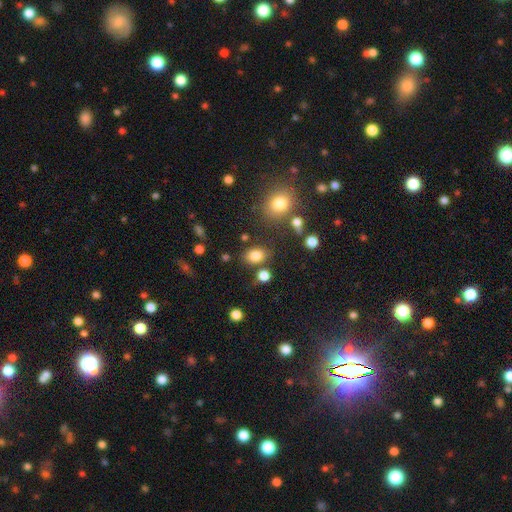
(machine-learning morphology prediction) A smooth galaxy with no disk features (82%) that is in between round and cigar-shaped (69%).

Vote fractions:
- Smooth or featured? smooth: 82% / star or artifact: 12% / featured or disk: 6%
- How rounded? in between: 69% / round: 29% / cigar-shaped: 1%
- Merging? none: 77% / minor disturbance: 12% / merger: 7% / major disturbance: 4%